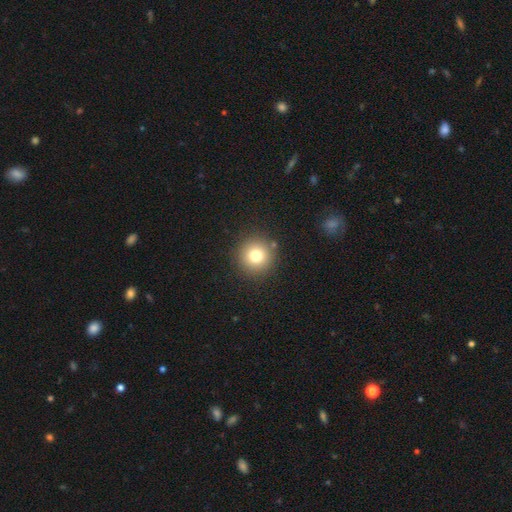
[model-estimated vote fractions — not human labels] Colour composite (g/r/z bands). It shows a smooth galaxy with no disk features (77%) that is round (95%). Merging: none (89%).